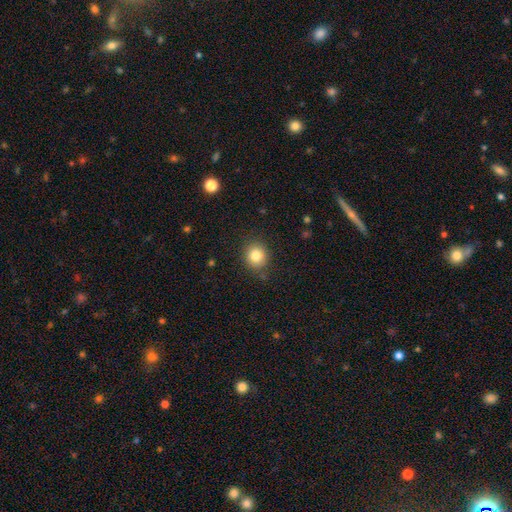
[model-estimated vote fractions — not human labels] Smooth or featured?
  - smooth: 82% *
  - star or artifact: 11%
  - featured or disk: 7%
How rounded?
  - round: 81% *
  - in between: 18%
  - cigar-shaped: 1%
Merging?
  - none: 85% *
  - minor disturbance: 10%
  - major disturbance: 3%
  - merger: 2%